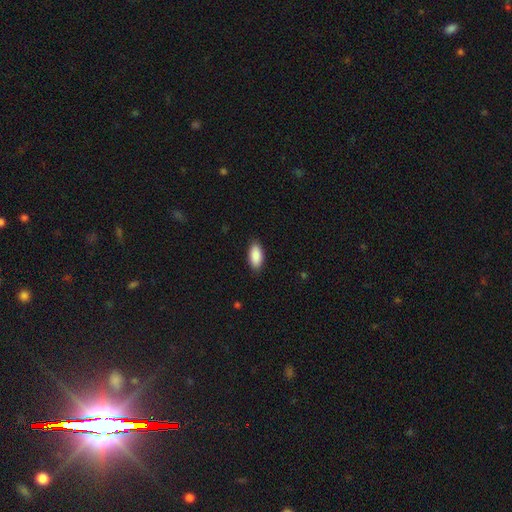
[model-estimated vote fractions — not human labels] Overall: smooth (90%). How rounded: in between (91%). Merging: none (88%).